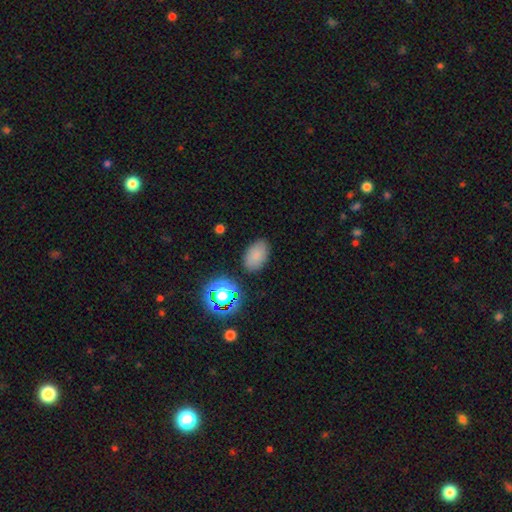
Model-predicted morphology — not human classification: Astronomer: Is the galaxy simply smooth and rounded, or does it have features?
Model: smooth — 79%.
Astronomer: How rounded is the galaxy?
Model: in between — 88%.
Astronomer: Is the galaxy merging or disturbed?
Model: none — 82%.